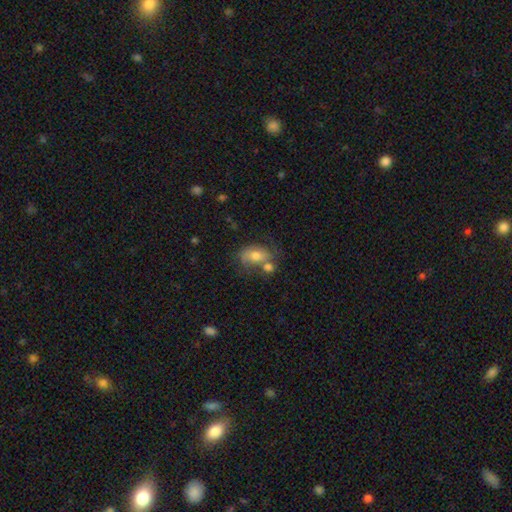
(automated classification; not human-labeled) A smooth galaxy with no disk features (61%) that is in between round and cigar-shaped (81%). Merging: none (42%).